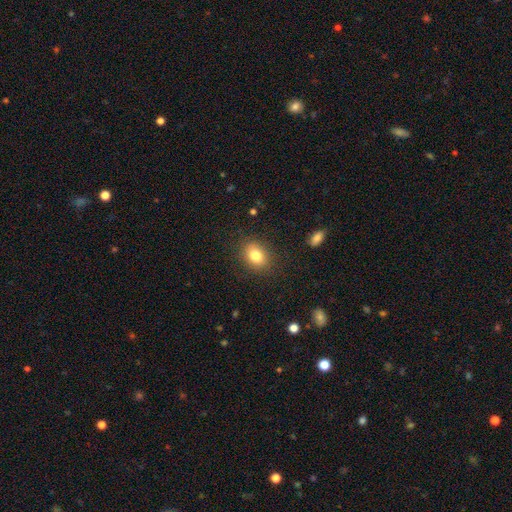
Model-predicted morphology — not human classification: A smooth galaxy with no disk features (82%) that is in between round and cigar-shaped (63%). Merging: none (86%).